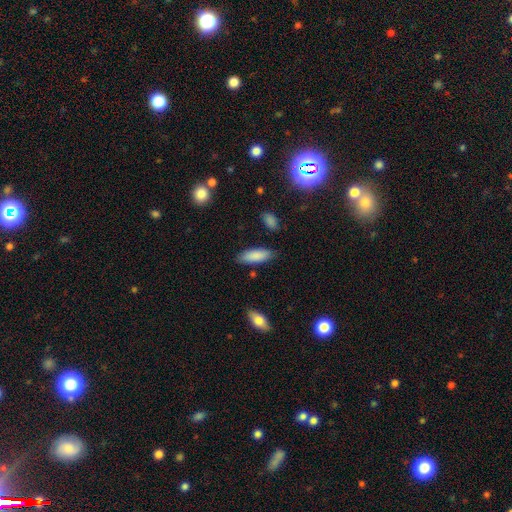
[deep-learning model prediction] Overall: smooth (87%). How rounded: in between (65%; cigar-shaped 33%). Merging: none (83%).